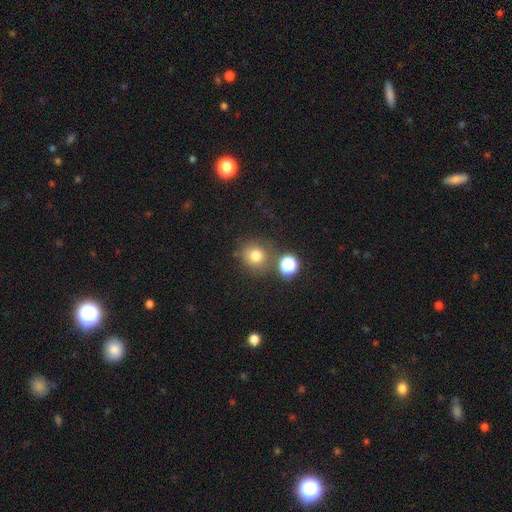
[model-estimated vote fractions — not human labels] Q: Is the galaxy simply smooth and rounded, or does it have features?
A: smooth — 75%.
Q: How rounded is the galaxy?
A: round — 89%.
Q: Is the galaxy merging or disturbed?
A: none — 74%.